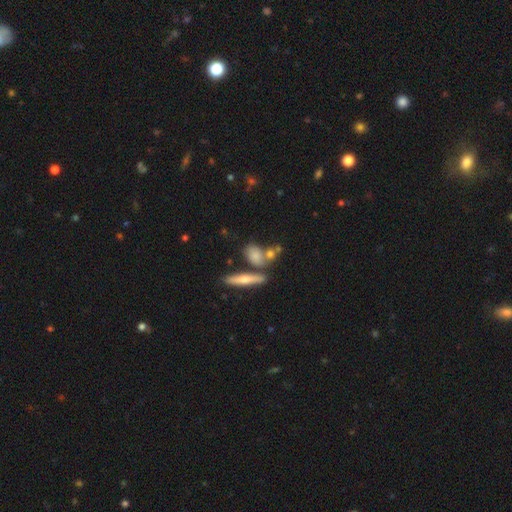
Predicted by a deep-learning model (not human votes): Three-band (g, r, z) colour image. It shows a smooth galaxy with no disk features (70%) that is in between round and cigar-shaped (57%). Merging: none (57%).